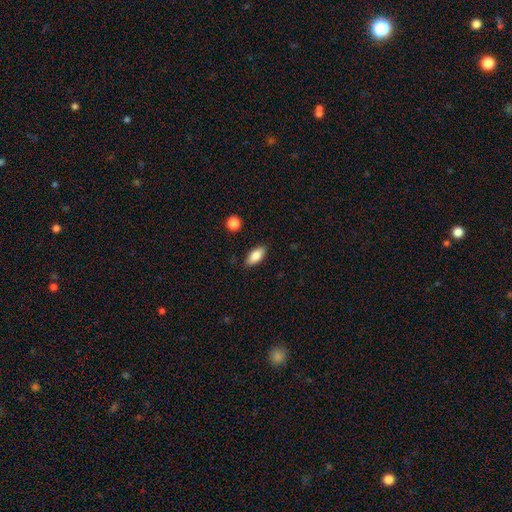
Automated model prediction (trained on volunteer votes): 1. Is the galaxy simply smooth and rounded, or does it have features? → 83% smooth, 10% featured or disk, 7% star or artifact.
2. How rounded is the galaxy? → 88% in between, 10% cigar-shaped, 3% round.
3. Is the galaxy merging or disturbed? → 87% none, 9% minor disturbance, 2% major disturbance, 1% merger.